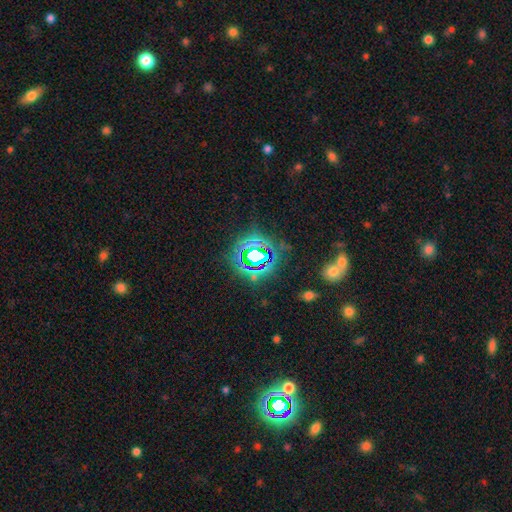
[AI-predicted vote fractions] This is likely a star or artifact rather than a galaxy (74%).